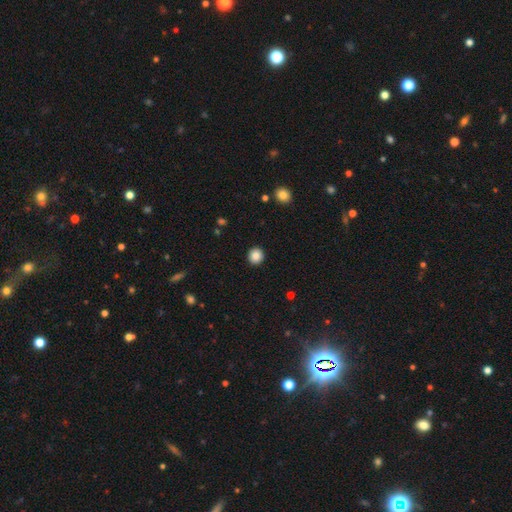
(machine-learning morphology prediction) A smooth galaxy with no disk features (85%) that is round (92%).

Vote fractions:
- Smooth or featured? smooth: 85% / star or artifact: 10% / featured or disk: 5%
- How rounded? round: 92% / in between: 7% / cigar-shaped: 1%
- Merging? none: 93% / minor disturbance: 5% / major disturbance: 2% / merger: 1%